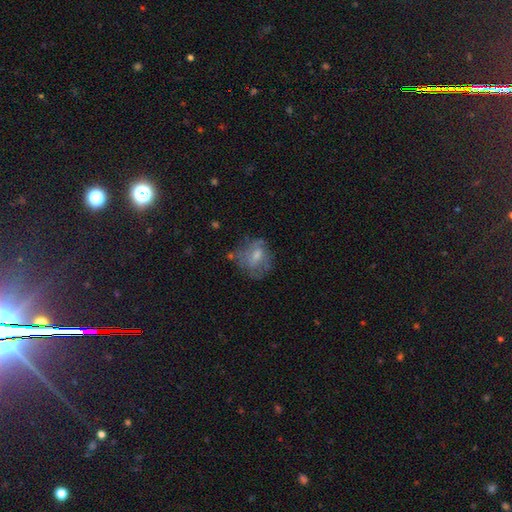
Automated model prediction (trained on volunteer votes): smooth 53%, featured or disk 38%, star or artifact 10%. Down the decision tree: how rounded — round (54%); merging — none (47%).